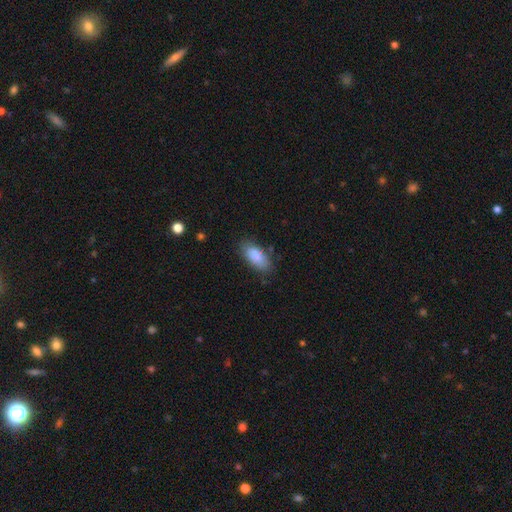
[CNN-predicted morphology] smooth 85%, featured or disk 9%, star or artifact 7%. Down the decision tree: how rounded — in between (89%); merging — none (76%).